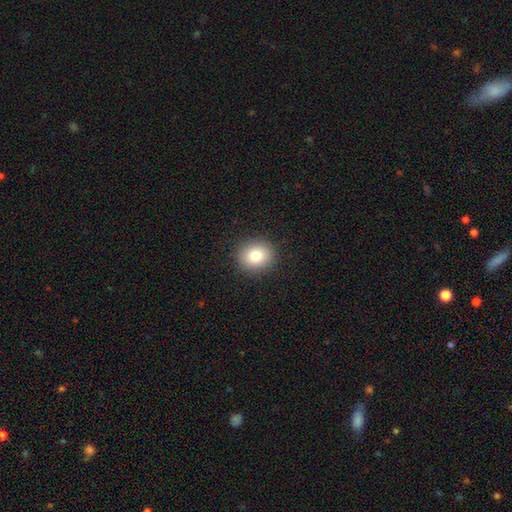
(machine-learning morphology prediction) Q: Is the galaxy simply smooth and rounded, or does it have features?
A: smooth — 81%.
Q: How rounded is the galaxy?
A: round — 81%.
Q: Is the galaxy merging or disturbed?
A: none — 91%.